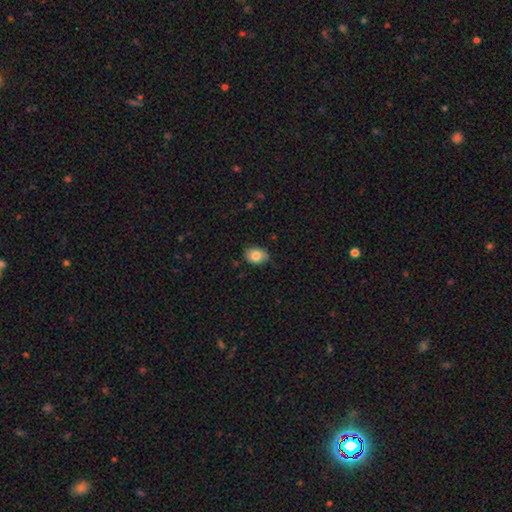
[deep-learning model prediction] Overall: smooth (82%). How rounded: in between (72%). Merging: none (77%).